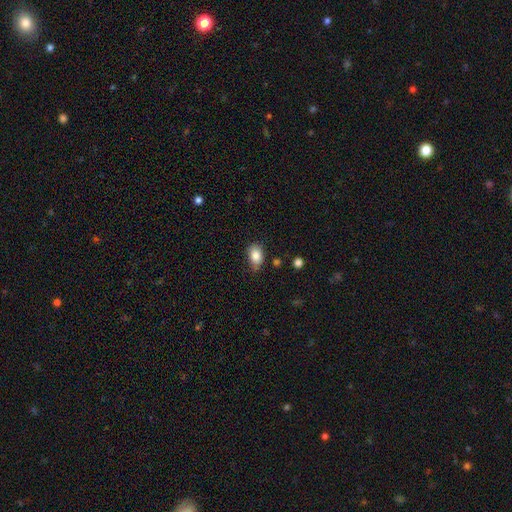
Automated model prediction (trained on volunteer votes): This appears to be a smooth galaxy with no disk features (84%) that is in between round and cigar-shaped (79%). Merging: none (60%).